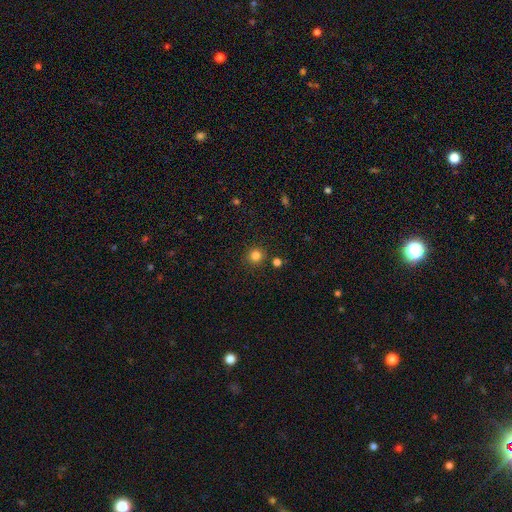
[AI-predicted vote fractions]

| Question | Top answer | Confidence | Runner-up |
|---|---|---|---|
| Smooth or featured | smooth | 82% | star or artifact (14%) |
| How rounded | round | 94% | in between (5%) |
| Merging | none | 88% | minor disturbance (6%) |